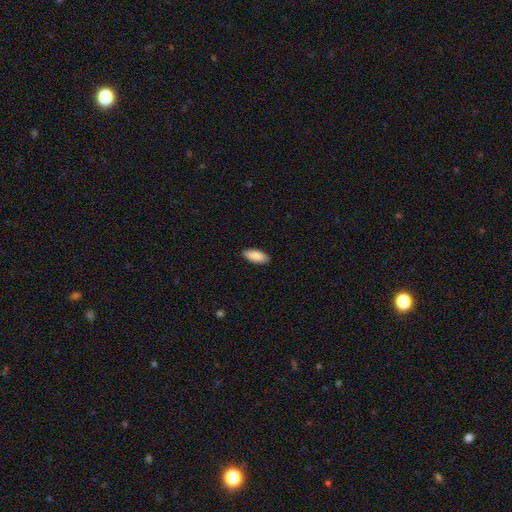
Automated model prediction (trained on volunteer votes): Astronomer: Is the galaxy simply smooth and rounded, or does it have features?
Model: smooth — 90%.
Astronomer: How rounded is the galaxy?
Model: in between — 88%.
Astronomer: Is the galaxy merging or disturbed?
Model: none — 90%.